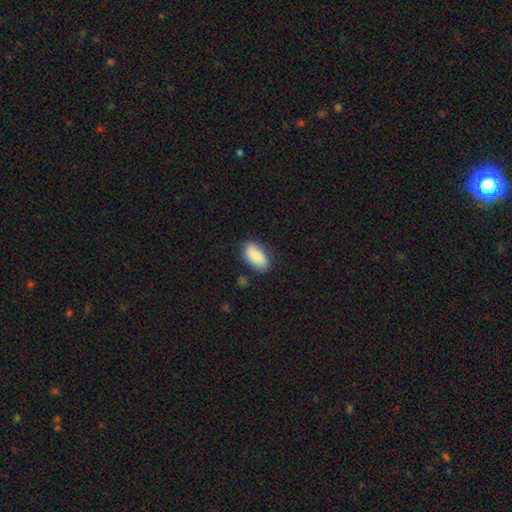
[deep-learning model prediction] smooth-or-featured: smooth: 80% | featured or disk: 13% | star or artifact: 6%
  how-rounded: in between: 92% | cigar-shaped: 4% | round: 4%
  merging: none: 82% | minor disturbance: 14% | major disturbance: 3% | merger: 2%